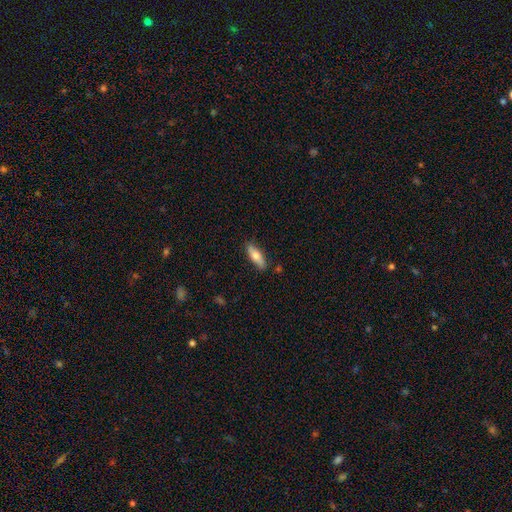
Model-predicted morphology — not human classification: Overall: smooth (65%; featured or disk 29%). How rounded: cigar-shaped (49%; in between 48%). Merging: none (83%).